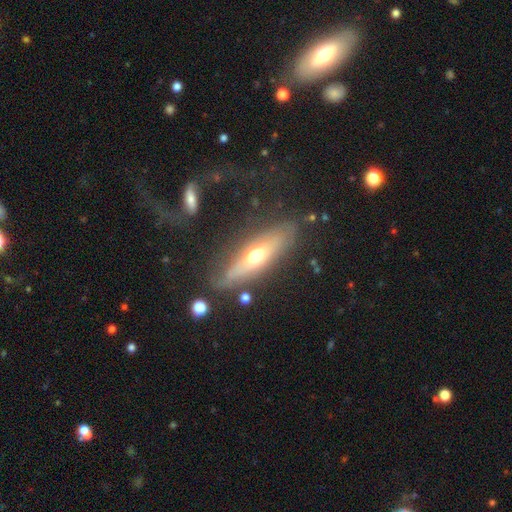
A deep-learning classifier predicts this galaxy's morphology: smooth_or_featured: featured or disk (p=0.60) [alt: smooth p=0.34]
disk_edge_on: yes (p=0.58) [alt: no p=0.42]
merging: none (p=0.72) [alt: minor disturbance p=0.18]